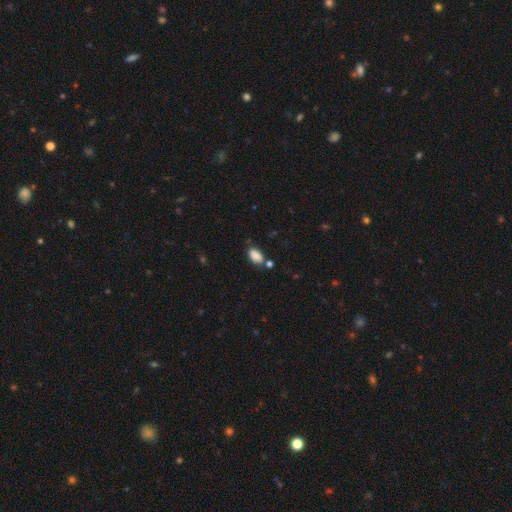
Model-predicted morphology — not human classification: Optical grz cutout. It shows a smooth galaxy with no disk features (86%) that is in between round and cigar-shaped (92%). Merging: none (66%).